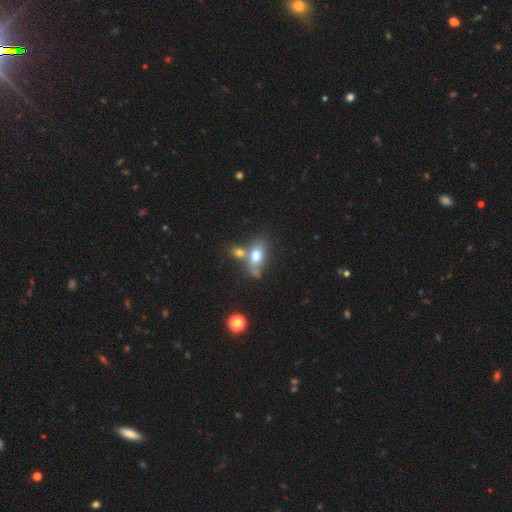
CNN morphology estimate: A smooth galaxy with no disk features (71%) that is in between round and cigar-shaped (82%).

Vote fractions:
- Smooth or featured? smooth: 71% / featured or disk: 20% / star or artifact: 9%
- How rounded? in between: 82% / round: 11% / cigar-shaped: 7%
- Merging? merger: 41% / none: 37% / minor disturbance: 15% / major disturbance: 7%